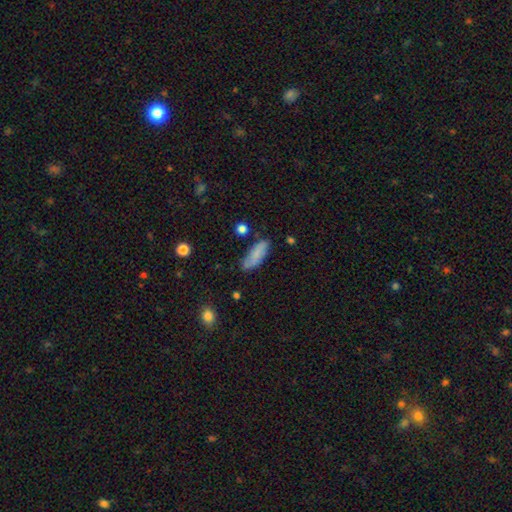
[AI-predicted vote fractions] The model was most divided on "how rounded": in between: 69%, cigar-shaped: 29%, round: 2%. More confident: smooth or featured — smooth (76%); merging — none (71%).